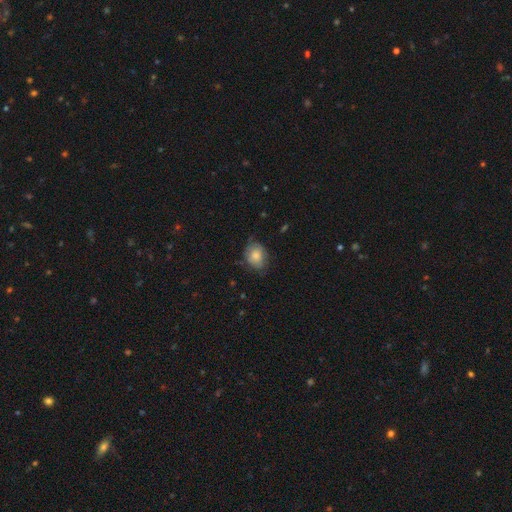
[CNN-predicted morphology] smooth 77%, featured or disk 15%, star or artifact 8%. Down the decision tree: how rounded — in between (62%); merging — none (63%).